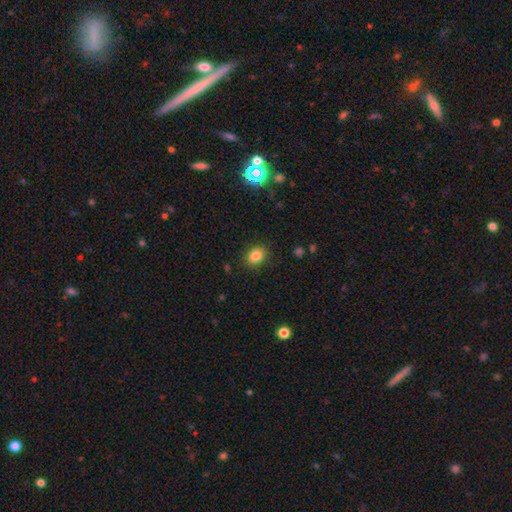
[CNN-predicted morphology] The model was most divided on "how rounded": in between: 53%, round: 46%, cigar-shaped: 1%. More confident: merging — none (86%); smooth or featured — smooth (84%).